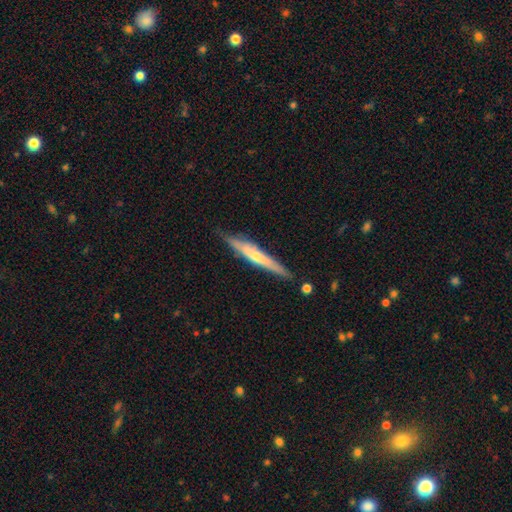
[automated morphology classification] smooth-or-featured: featured or disk: 62% | smooth: 32% | star or artifact: 6%
  disk-edge-on: yes: 95% | no: 5%
    edge-on-bulge: rounded: 63% | none: 29% | boxy: 7%
  merging: none: 86% | minor disturbance: 11% | major disturbance: 2% | merger: 2%